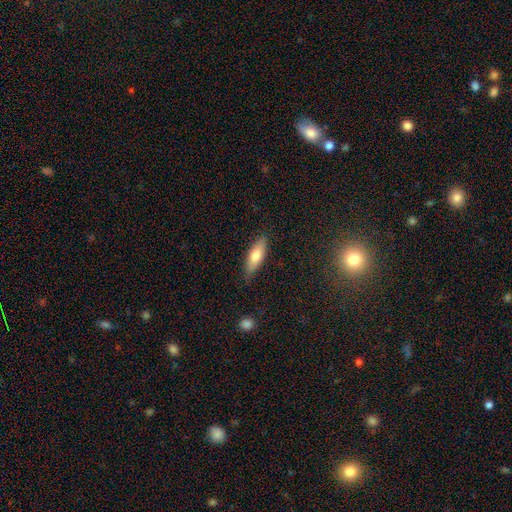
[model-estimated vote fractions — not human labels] Overall: smooth (72%). How rounded: in between (55%; cigar-shaped 43%). Merging: none (83%).